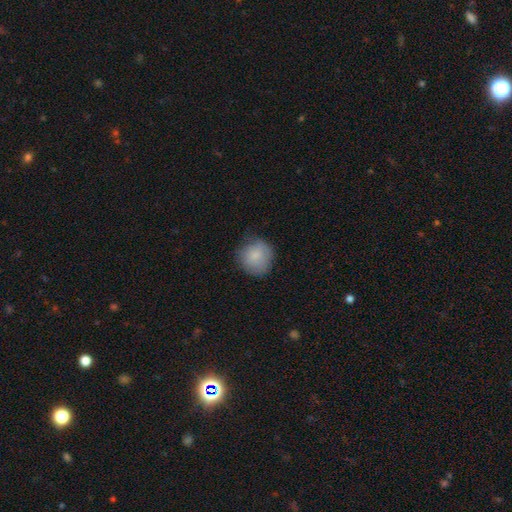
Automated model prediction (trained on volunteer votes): smooth 83%, featured or disk 9%, star or artifact 7%. Down the decision tree: how rounded — round (90%); merging — none (72%).